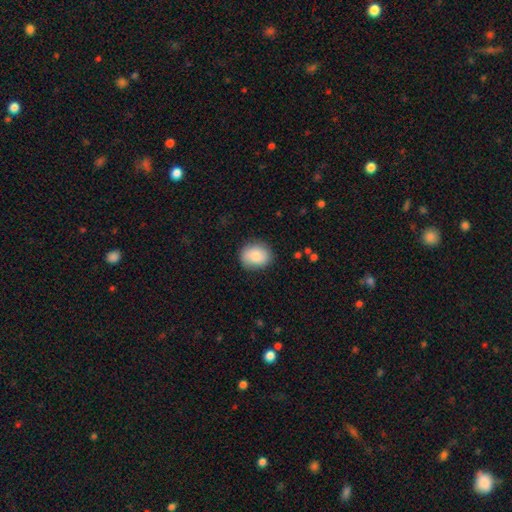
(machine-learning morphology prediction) smooth-or-featured: smooth: 80% | featured or disk: 13% | star or artifact: 7%
  how-rounded: round: 65% | in between: 34% | cigar-shaped: 1%
  merging: none: 83% | minor disturbance: 12% | major disturbance: 3% | merger: 1%